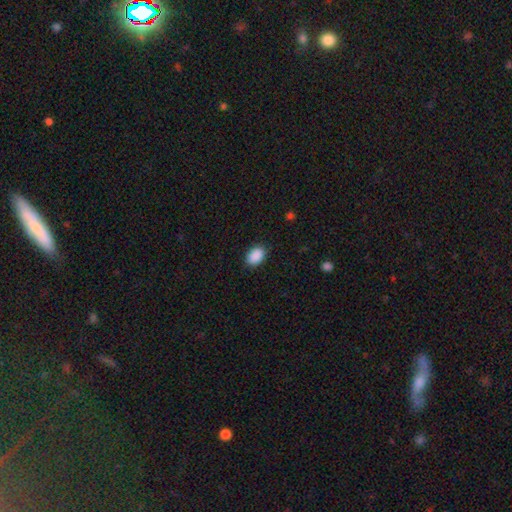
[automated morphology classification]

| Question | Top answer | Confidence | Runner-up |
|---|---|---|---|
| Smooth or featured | smooth | 90% | star or artifact (7%) |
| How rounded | in between | 84% | round (15%) |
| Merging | none | 88% | minor disturbance (9%) |